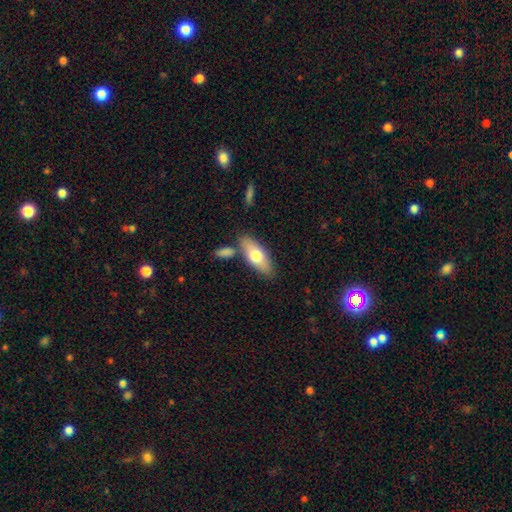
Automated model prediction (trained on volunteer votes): Q: Smooth or featured?
A: smooth (68%); runner-up: featured or disk (26%)
Q: How rounded?
A: in between (78%); runner-up: cigar-shaped (20%)
Q: Merging?
A: none (74%); runner-up: merger (12%)